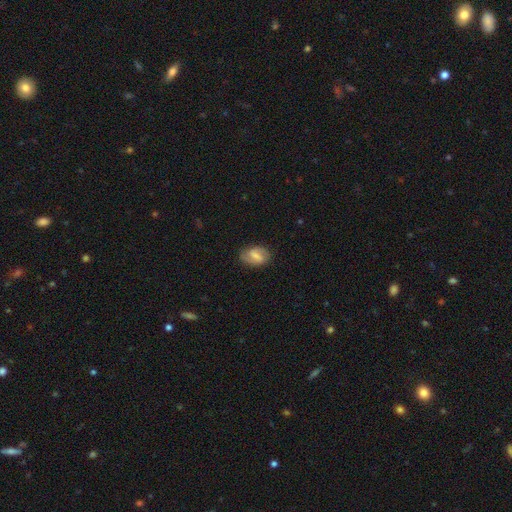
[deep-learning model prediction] The model was most divided on "bar": weak: 44%, strong: 42%, no: 14%. Remaining: edge-on disk — no (96%); spiral arms — yes (79%); merging — none (77%); smooth or featured — featured or disk (53%); bulge size — small (35%).